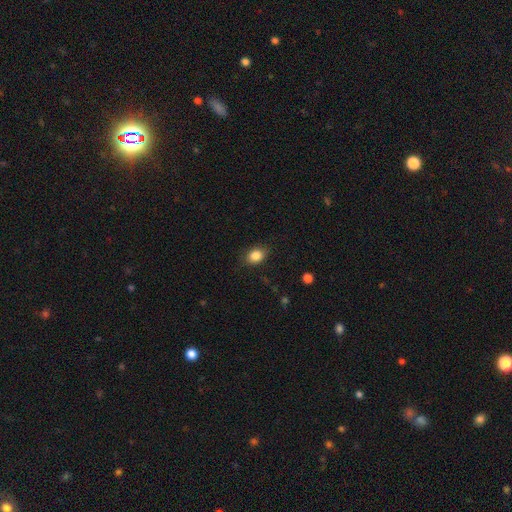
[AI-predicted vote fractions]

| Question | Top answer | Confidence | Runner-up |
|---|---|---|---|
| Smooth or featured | smooth | 86% | star or artifact (9%) |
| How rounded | in between | 70% | round (29%) |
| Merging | none | 82% | minor disturbance (13%) |